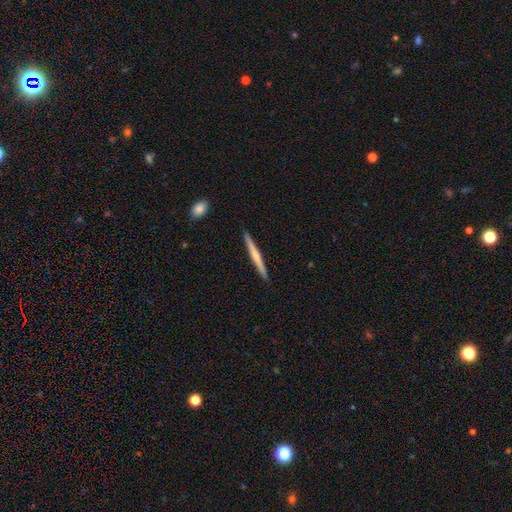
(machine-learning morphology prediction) Smooth or featured: featured or disk — 50% (smooth — 44%)
Edge-on disk: yes — 98% (no — 2%)
Merging: none — 91% (minor disturbance — 6%)